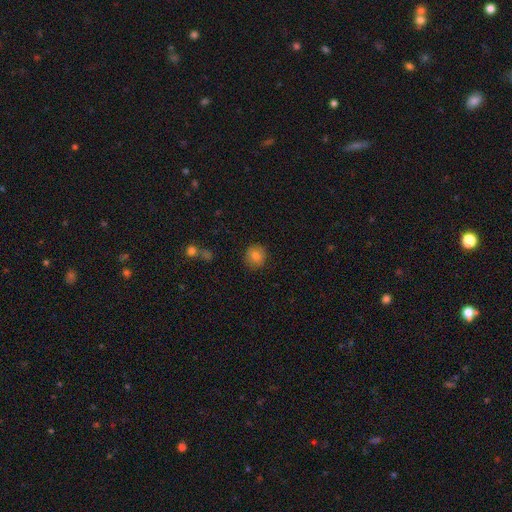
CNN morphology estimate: Smooth or featured?
  - smooth: 82% *
  - star or artifact: 10%
  - featured or disk: 8%
How rounded?
  - round: 89% *
  - in between: 10%
  - cigar-shaped: 1%
Merging?
  - none: 88% *
  - minor disturbance: 8%
  - major disturbance: 2%
  - merger: 2%